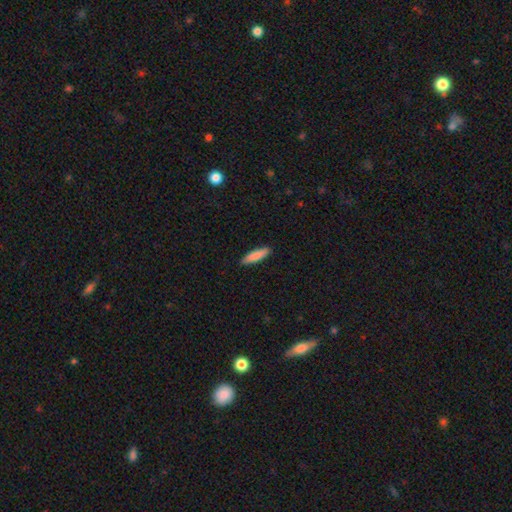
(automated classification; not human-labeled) smooth-or-featured: smooth: 85% | featured or disk: 10% | star or artifact: 5%
  how-rounded: cigar-shaped: 76% | in between: 23% | round: 1%
  merging: none: 90% | minor disturbance: 8% | major disturbance: 2% | merger: 1%